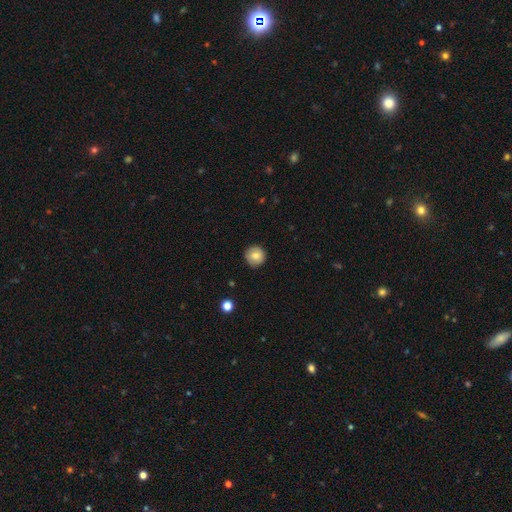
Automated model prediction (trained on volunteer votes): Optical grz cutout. It shows a smooth galaxy with no disk features (79%) that is round (94%). Merging: none (88%).